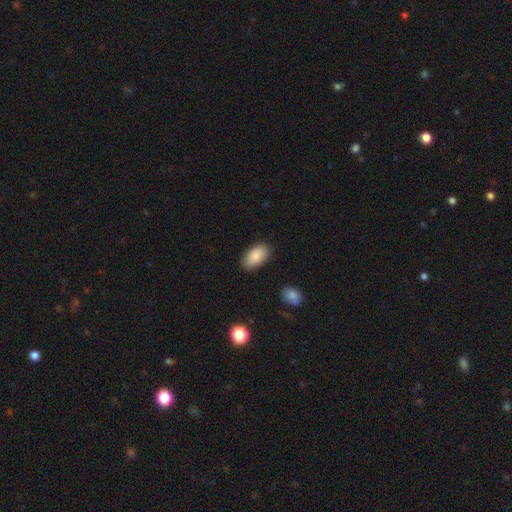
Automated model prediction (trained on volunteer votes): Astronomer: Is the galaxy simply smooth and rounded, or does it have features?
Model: smooth — 88%.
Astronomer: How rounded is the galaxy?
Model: in between — 95%.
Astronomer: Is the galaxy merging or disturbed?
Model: none — 86%.